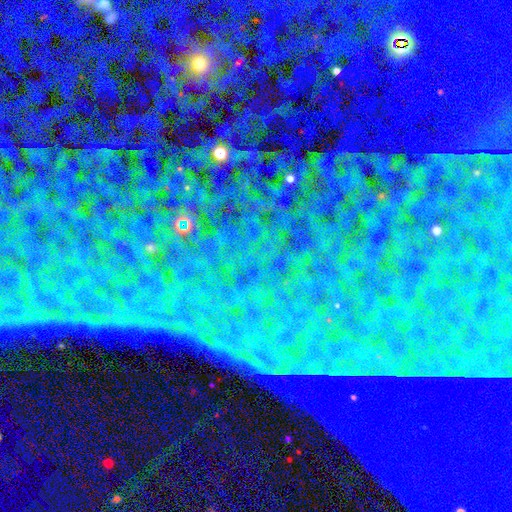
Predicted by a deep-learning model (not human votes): Smooth or featured? star or artifact (87%)